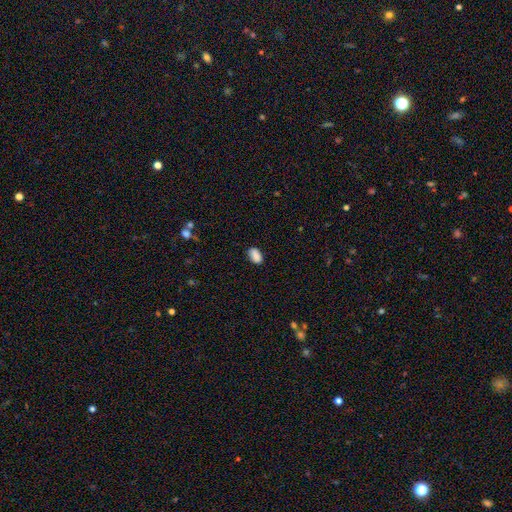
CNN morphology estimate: The model was most divided on "merging": none: 84%, minor disturbance: 12%, major disturbance: 3%, merger: 1%. More confident: how rounded — in between (92%); smooth or featured — smooth (88%).